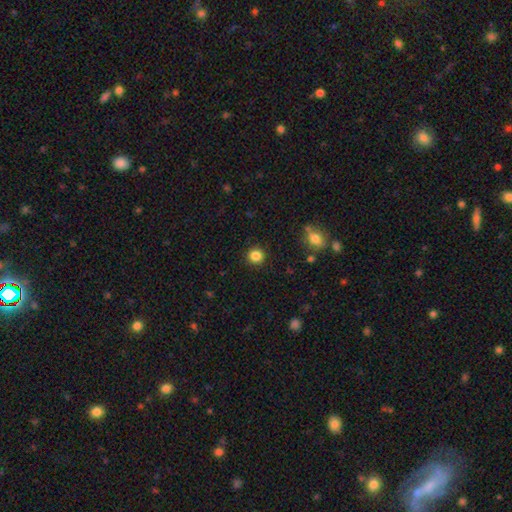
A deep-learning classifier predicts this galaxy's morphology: This appears to be a smooth galaxy with no disk features (85%) that is round (92%). Merging: none (92%).